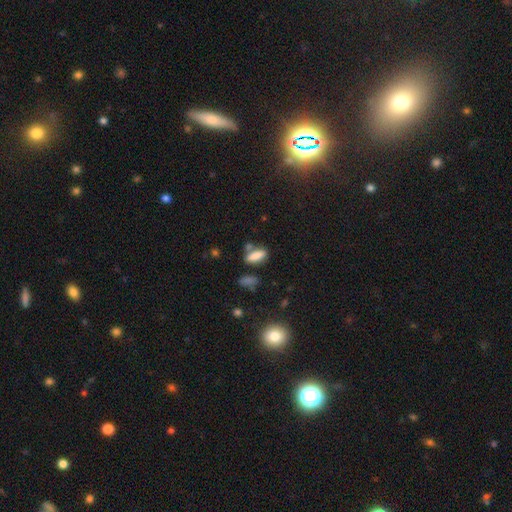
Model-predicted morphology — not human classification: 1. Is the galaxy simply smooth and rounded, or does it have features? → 82% smooth, 10% star or artifact, 8% featured or disk.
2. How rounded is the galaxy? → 63% in between, 33% cigar-shaped, 4% round.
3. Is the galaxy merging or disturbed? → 65% none, 16% minor disturbance, 15% merger, 5% major disturbance.